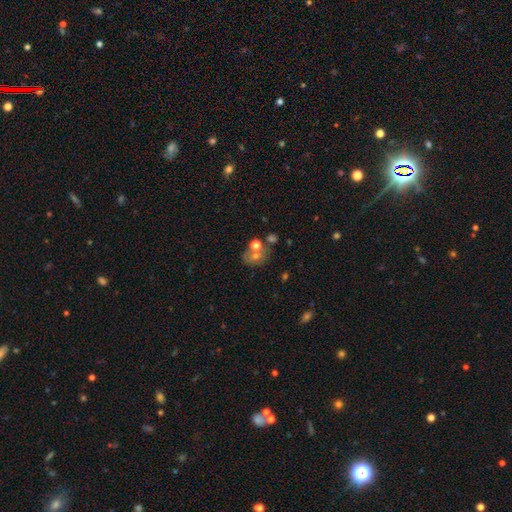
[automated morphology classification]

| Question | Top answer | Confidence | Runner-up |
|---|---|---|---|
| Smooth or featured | smooth | 45% | star or artifact (28%) |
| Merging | none | 54% | merger (23%) |